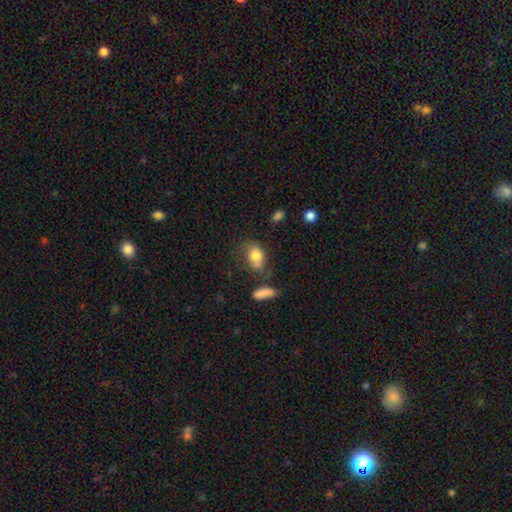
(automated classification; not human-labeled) This is likely a smooth galaxy (76%). How rounded: likely in between (79%). Merging: possibly none (45%).